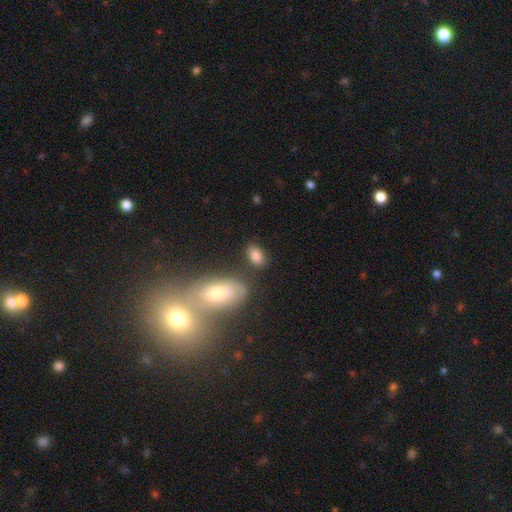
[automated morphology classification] Smooth or featured? Predicted: smooth (p=0.83). How rounded? Predicted: in between (p=0.91). Merging? Predicted: none (p=0.71).